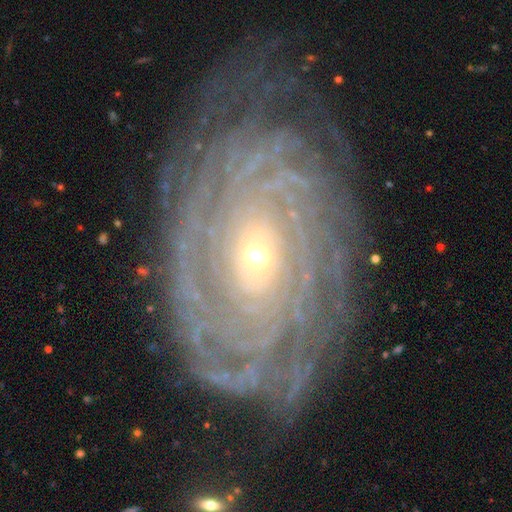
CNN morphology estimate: Smooth or featured? featured or disk (87%)
Edge-on disk? no (95%)
Bar? no (45%)
Spiral arms? yes (96%)
Spiral winding? tight (83%)
Spiral arm count? can't tell (34%)
Bulge size? small (67%)
Merging? none (77%)